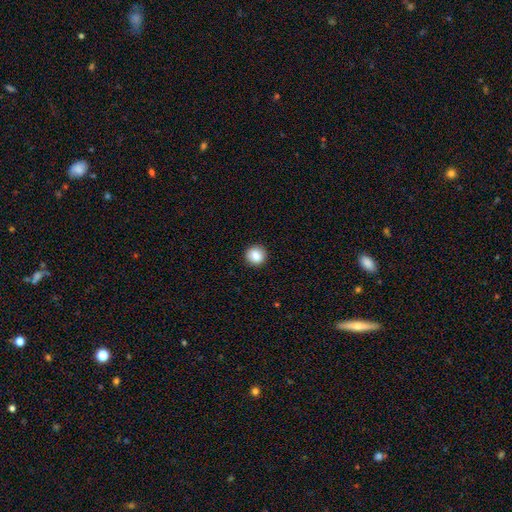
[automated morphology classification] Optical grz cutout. It shows a smooth galaxy with no disk features (86%) that is round (90%). Merging: none (91%).